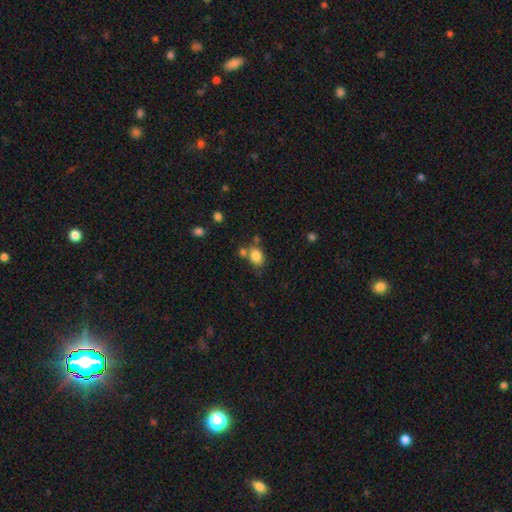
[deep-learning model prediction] Smooth or featured? Predicted: smooth (p=0.83). How rounded? Predicted: in between (p=0.67). Merging? Predicted: none (p=0.61).